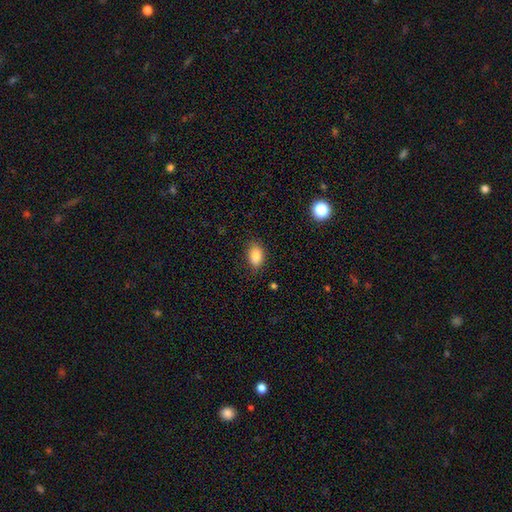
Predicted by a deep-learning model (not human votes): smooth-or-featured: smooth: 85% | star or artifact: 9% | featured or disk: 7%
  how-rounded: in between: 86% | round: 12% | cigar-shaped: 2%
  merging: none: 82% | minor disturbance: 13% | major disturbance: 3% | merger: 1%